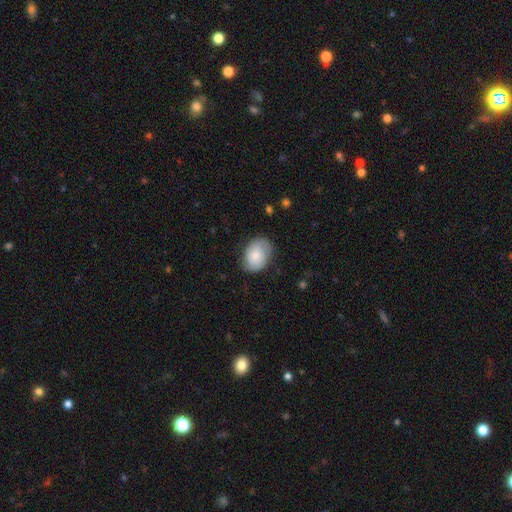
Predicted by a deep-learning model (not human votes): Smooth or featured?
  - smooth: 75% *
  - featured or disk: 18%
  - star or artifact: 6%
How rounded?
  - in between: 75% *
  - round: 24%
  - cigar-shaped: 1%
Merging?
  - none: 70% *
  - minor disturbance: 23%
  - major disturbance: 6%
  - merger: 1%